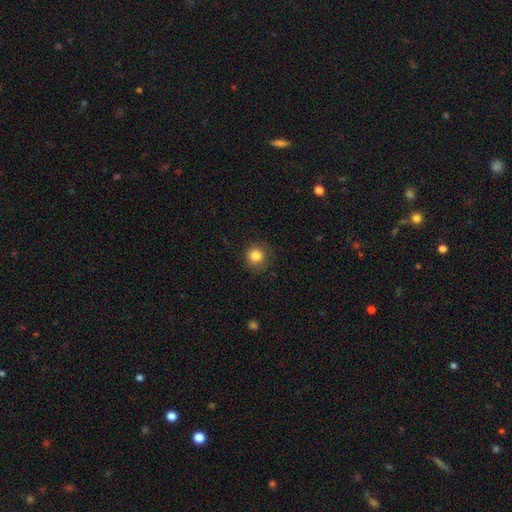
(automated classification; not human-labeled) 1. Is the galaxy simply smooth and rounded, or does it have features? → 83% smooth, 11% star or artifact, 6% featured or disk.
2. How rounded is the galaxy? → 92% round, 7% in between, 1% cigar-shaped.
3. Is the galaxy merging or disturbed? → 85% none, 11% minor disturbance, 3% major disturbance, 1% merger.